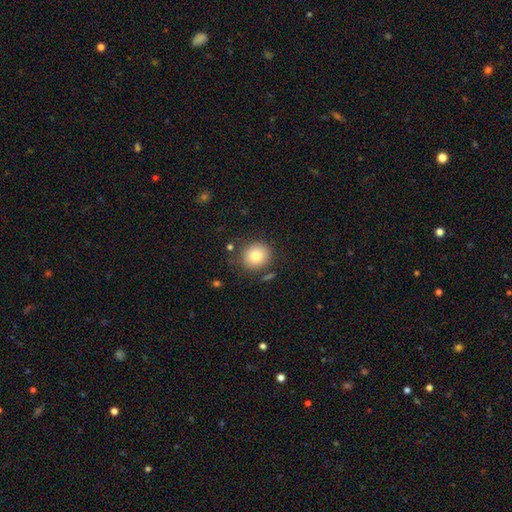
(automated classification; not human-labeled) Morphology: type=smooth (82%); roundness=round (86%); merging=none (83%).